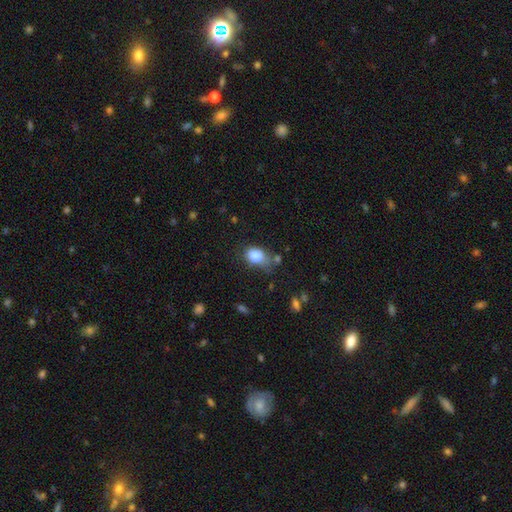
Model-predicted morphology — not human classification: smooth-or-featured: smooth: 84% | star or artifact: 9% | featured or disk: 7%
  how-rounded: in between: 70% | round: 28% | cigar-shaped: 1%
  merging: none: 47% | minor disturbance: 32% | major disturbance: 12% | merger: 9%